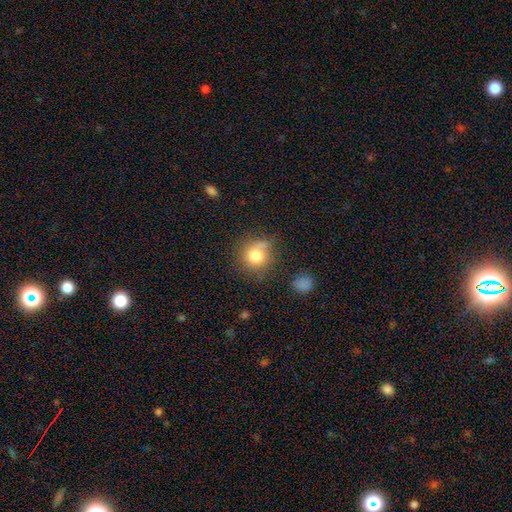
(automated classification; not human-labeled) This is likely a smooth galaxy (78%). How rounded: clearly round (85%). Merging: likely none (61%).